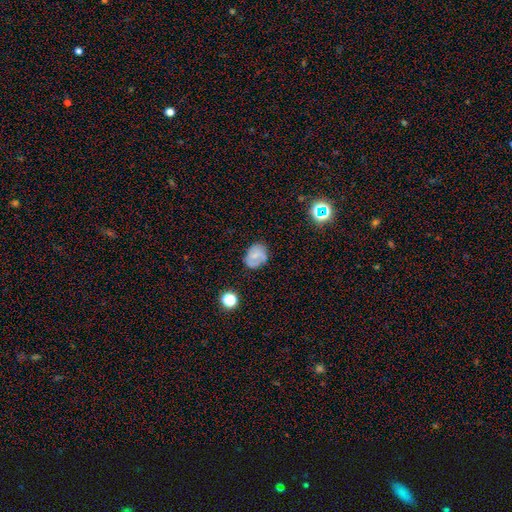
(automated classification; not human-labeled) A smooth galaxy with no disk features (56%) that is in between round and cigar-shaped (54%).

Vote fractions:
- Smooth or featured? smooth: 56% / featured or disk: 32% / star or artifact: 11%
- How rounded? in between: 54% / round: 45% / cigar-shaped: 1%
- Merging? none: 70% / minor disturbance: 21% / major disturbance: 6% / merger: 2%